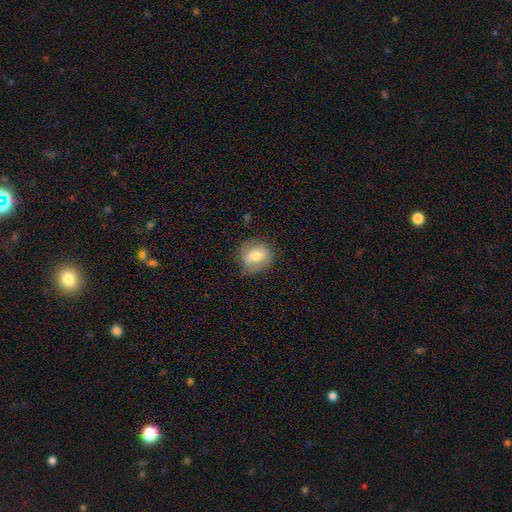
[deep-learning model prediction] This is likely a smooth galaxy (65%). How rounded: likely round (66%). Merging: likely none (72%).